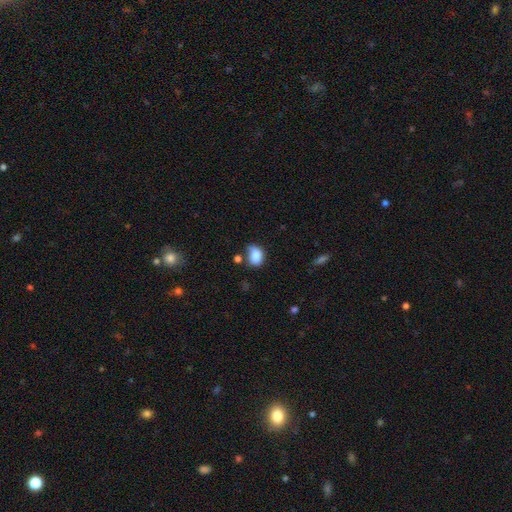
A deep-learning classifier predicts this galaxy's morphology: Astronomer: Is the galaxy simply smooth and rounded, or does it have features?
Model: smooth — 83%.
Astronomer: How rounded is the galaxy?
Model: in between — 69%.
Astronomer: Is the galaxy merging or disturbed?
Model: none — 47% (runner-up: minor disturbance, 31%).